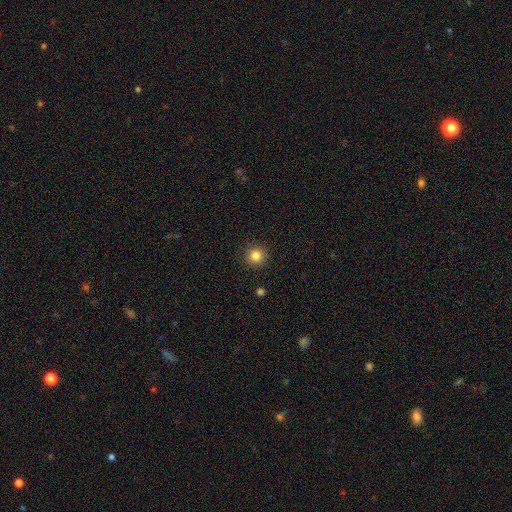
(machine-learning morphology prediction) type=smooth (83%); roundness=round (95%); merging=none (92%).